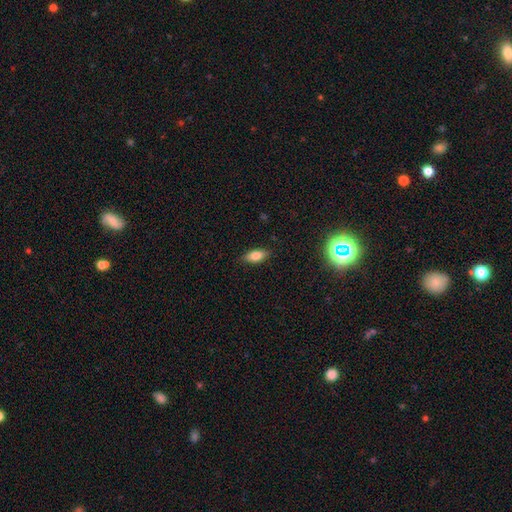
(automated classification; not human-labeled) The model was most divided on "smooth or featured": smooth: 78%, featured or disk: 13%, star or artifact: 9%. More confident: merging — none (86%); how rounded — in between (82%).